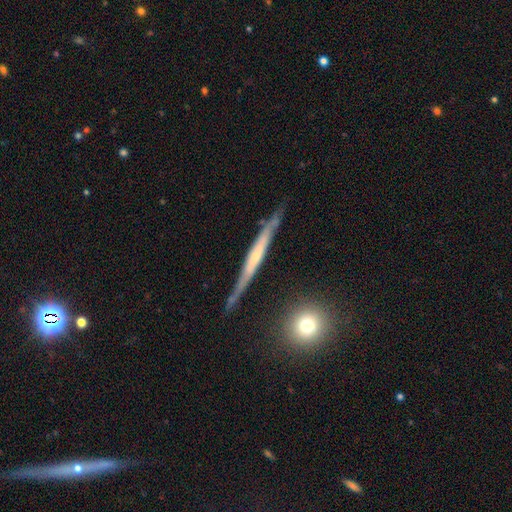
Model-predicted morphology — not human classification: Q: Smooth or featured?
A: featured or disk (68%); runner-up: smooth (26%)
Q: Edge-on disk?
A: yes (94%); runner-up: no (6%)
Q: Edge-on bulge?
A: none (58%); runner-up: rounded (29%)
Q: Merging?
A: none (77%); runner-up: minor disturbance (18%)